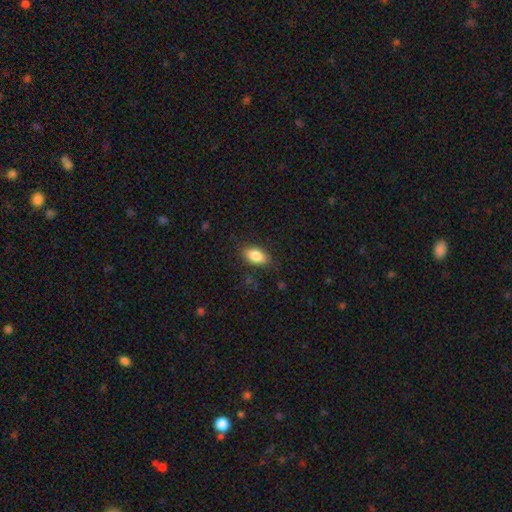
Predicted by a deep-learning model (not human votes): This is clearly a smooth galaxy (84%). How rounded: clearly in between (89%). Merging: clearly none (83%).